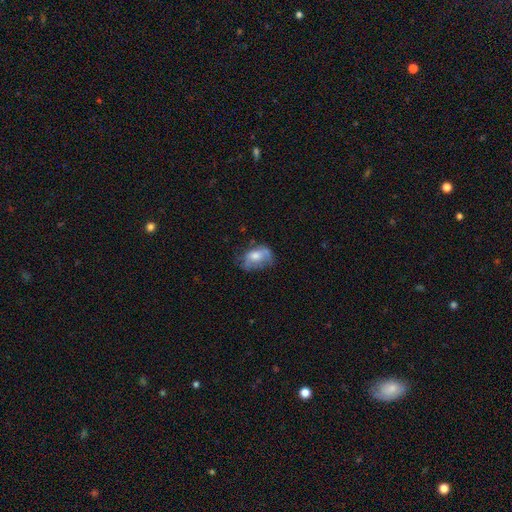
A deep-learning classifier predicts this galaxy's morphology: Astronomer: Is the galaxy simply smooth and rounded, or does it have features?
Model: smooth — 51% (runner-up: featured or disk, 40%).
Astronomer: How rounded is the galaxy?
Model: in between — 81%.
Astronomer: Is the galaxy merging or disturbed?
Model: none — 44% (runner-up: minor disturbance, 31%).